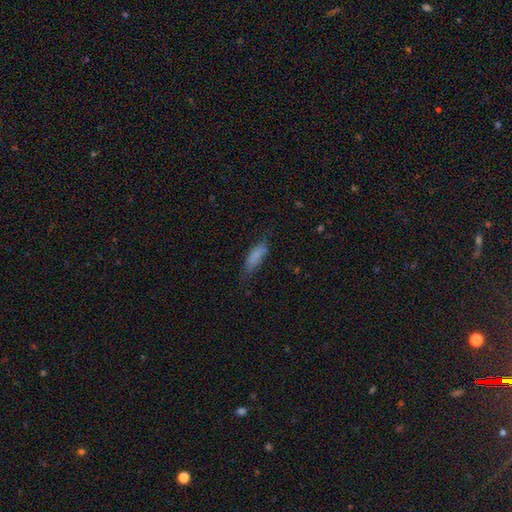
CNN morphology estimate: The model was most divided on "how rounded": in between: 50%, cigar-shaped: 48%, round: 2%. More confident: smooth or featured — smooth (82%); merging — none (64%).